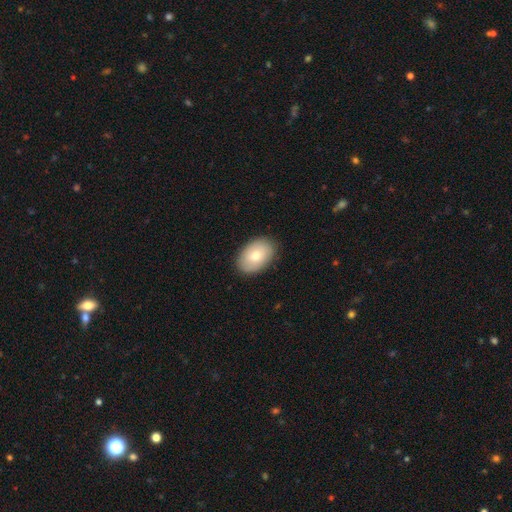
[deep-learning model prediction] Morphology: type=smooth (75%); roundness=in between (89%); merging=none (87%).